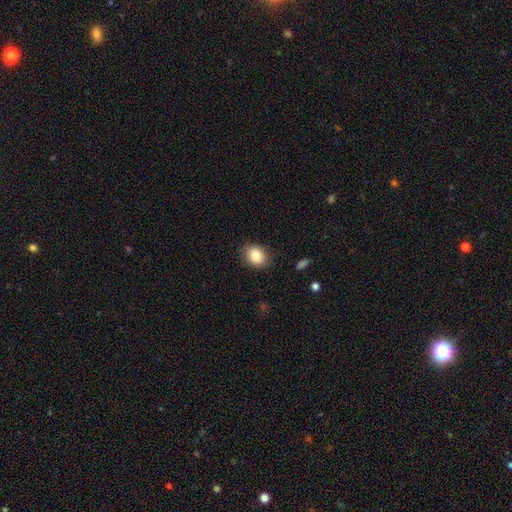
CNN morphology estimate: A smooth galaxy with no disk features (85%) that is in between round and cigar-shaped (54%).

Vote fractions:
- Smooth or featured? smooth: 85% / star or artifact: 8% / featured or disk: 6%
- How rounded? in between: 54% / round: 45% / cigar-shaped: 1%
- Merging? none: 83% / minor disturbance: 12% / major disturbance: 3% / merger: 1%